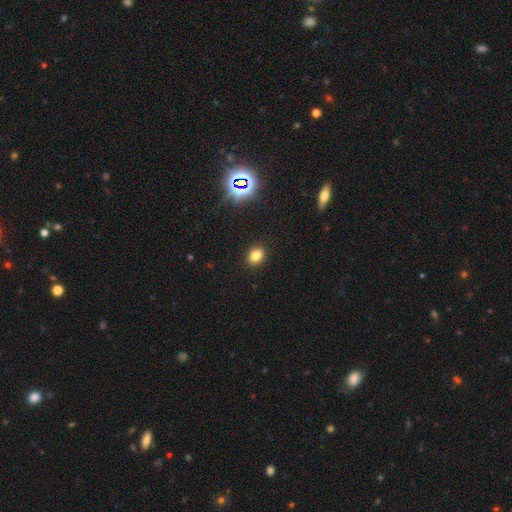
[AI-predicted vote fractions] The model was most divided on "how rounded": round: 52%, in between: 47%, cigar-shaped: 1%. More confident: merging — none (90%); smooth or featured — smooth (80%).